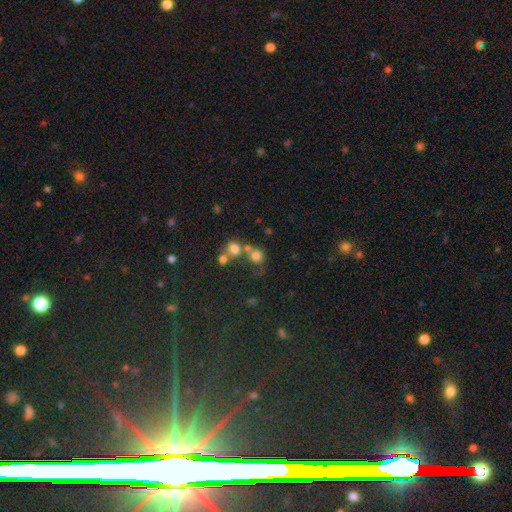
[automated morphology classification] A smooth galaxy with no disk features (72%) that is round (76%).

Vote fractions:
- Smooth or featured? smooth: 72% / star or artifact: 16% / featured or disk: 12%
- How rounded? round: 76% / in between: 22% / cigar-shaped: 1%
- Merging? none: 43% / merger: 40% / minor disturbance: 10% / major disturbance: 7%